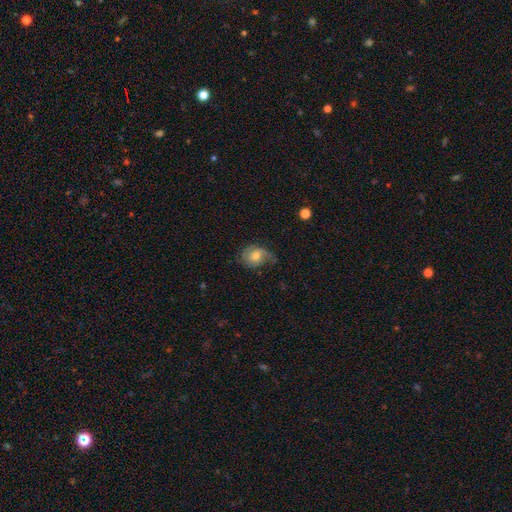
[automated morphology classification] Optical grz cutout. It shows a smooth galaxy with no disk features (54%) that is round (50%). Merging: none (50%).